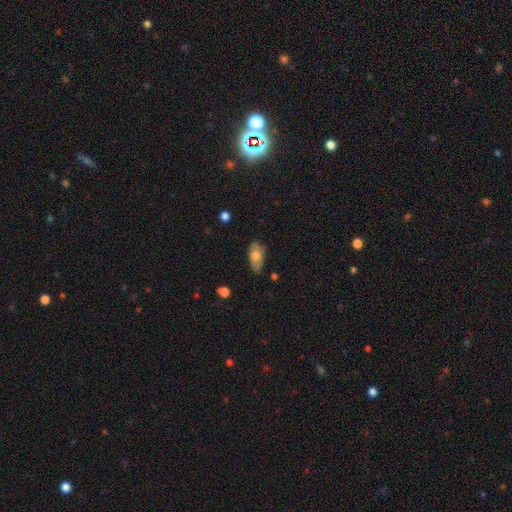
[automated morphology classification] A smooth galaxy with no disk features (69%) that is in between round and cigar-shaped (88%). Merging: none (71%).